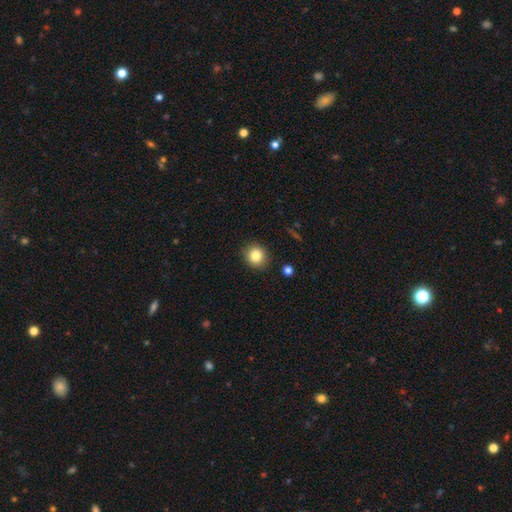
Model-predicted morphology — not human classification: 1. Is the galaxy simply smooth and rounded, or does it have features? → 82% smooth, 11% star or artifact, 7% featured or disk.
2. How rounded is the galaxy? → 83% round, 16% in between, 1% cigar-shaped.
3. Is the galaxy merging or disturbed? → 90% none, 7% minor disturbance, 2% major disturbance, 1% merger.